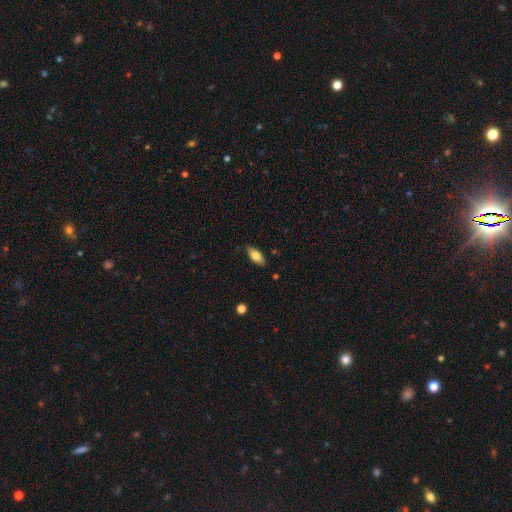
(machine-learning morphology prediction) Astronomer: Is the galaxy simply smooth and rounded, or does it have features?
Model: smooth — 73%.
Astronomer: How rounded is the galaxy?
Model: in between — 81%.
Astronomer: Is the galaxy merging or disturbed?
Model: none — 82%.